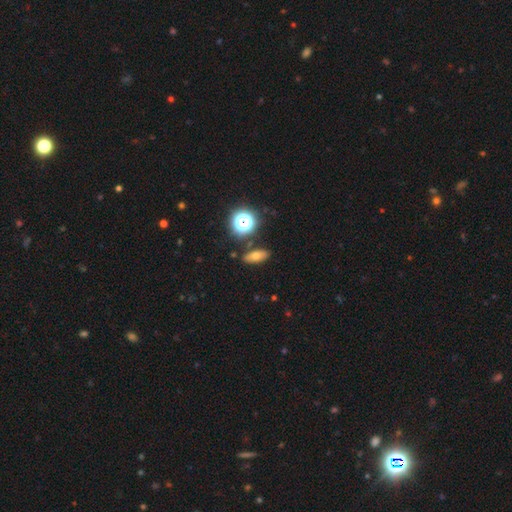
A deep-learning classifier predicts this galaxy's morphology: Overall: smooth (62%). How rounded: in between (69%). Merging: none (86%).